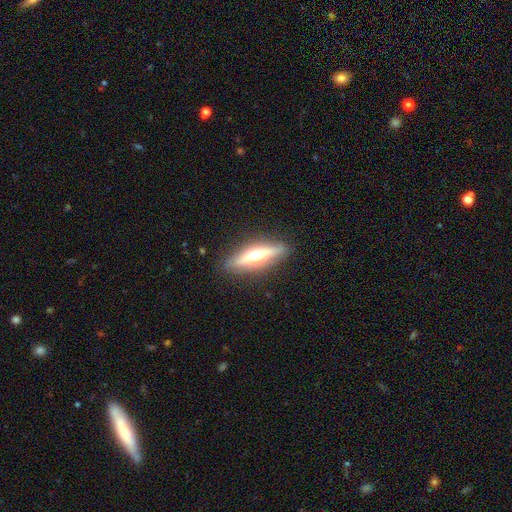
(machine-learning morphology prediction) This appears to be a featured or disk galaxy (62%) viewed edge-on (91%) with a rounded central bulge (92%). Merging: none (87%).